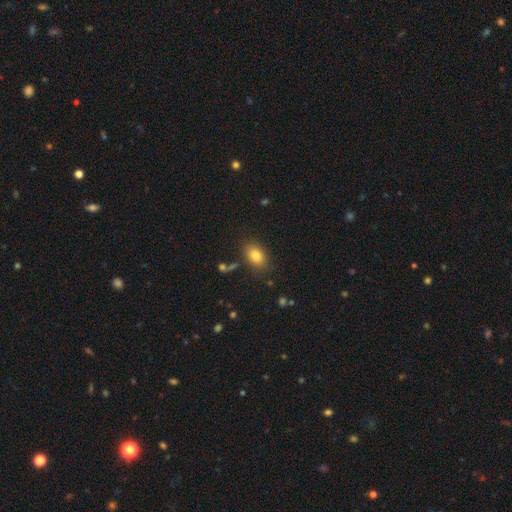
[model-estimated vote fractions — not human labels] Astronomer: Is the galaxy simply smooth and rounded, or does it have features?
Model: smooth — 80%.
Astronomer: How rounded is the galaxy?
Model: in between — 78%.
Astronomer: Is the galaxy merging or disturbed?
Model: none — 82%.